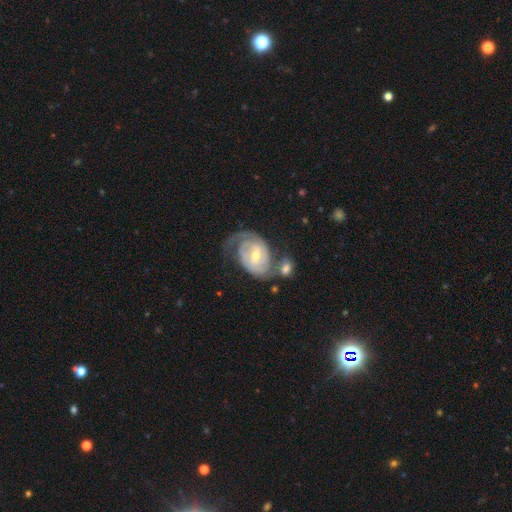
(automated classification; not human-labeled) Smooth or featured? featured or disk (86%)
Edge-on disk? no (97%)
Bar? weak (50%)
Spiral arms? yes (95%)
Spiral winding? tight (57%)
Spiral arm count? 2 (62%)
Bulge size? moderate (55%)
Merging? none (43%)